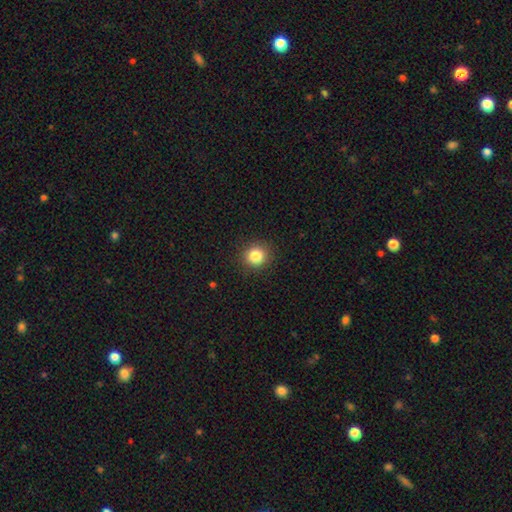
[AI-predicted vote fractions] This is clearly a smooth galaxy (84%). How rounded: clearly round (89%). Merging: clearly none (90%).